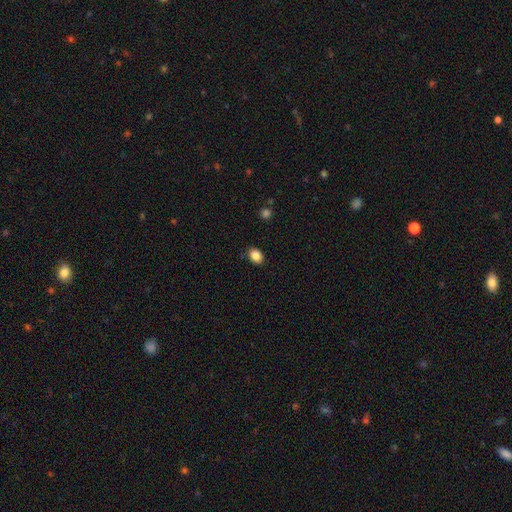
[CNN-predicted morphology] Smooth or featured: smooth — 86% (star or artifact — 9%)
How rounded: in between — 68% (round — 31%)
Merging: none — 88% (minor disturbance — 9%)